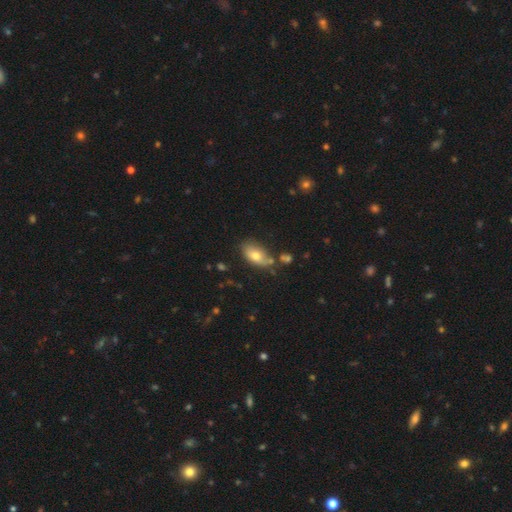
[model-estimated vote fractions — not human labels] This appears to be a smooth galaxy with no disk features (75%) that is in between round and cigar-shaped (91%). Merging: none (61%).